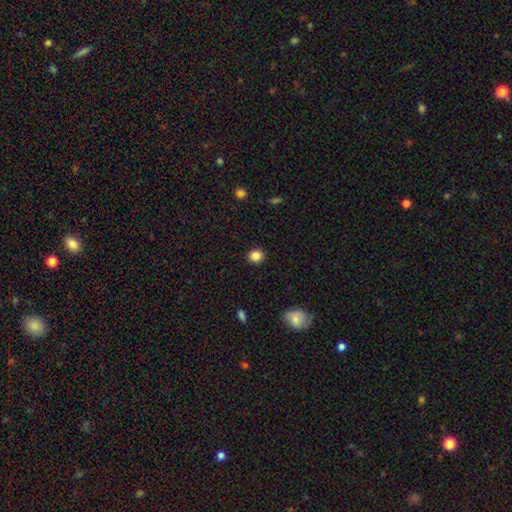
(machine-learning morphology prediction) type=smooth (86%); roundness=round (78%); merging=none (91%).